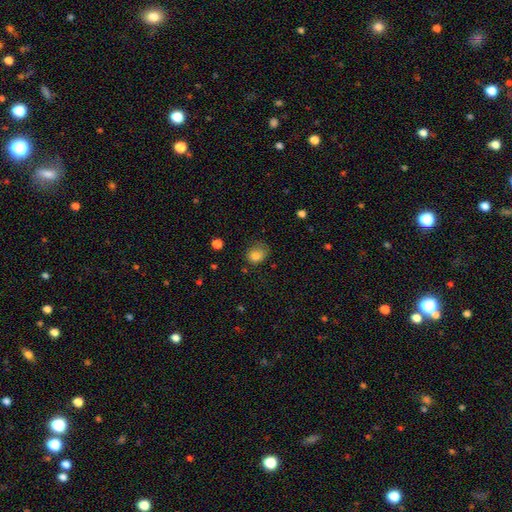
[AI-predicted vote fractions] Smooth or featured: smooth — 82% (star or artifact — 11%)
How rounded: round — 52% (in between — 47%)
Merging: none — 49% (minor disturbance — 33%)